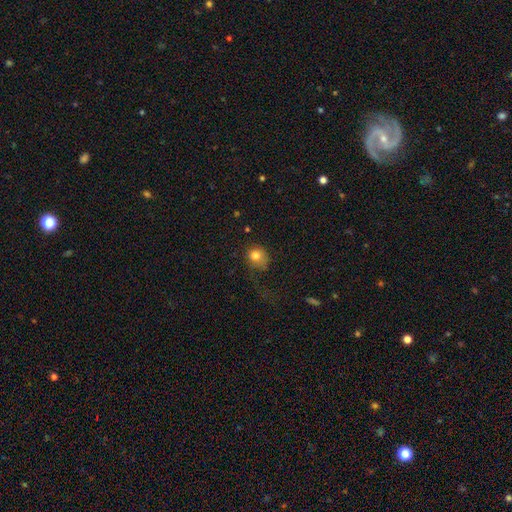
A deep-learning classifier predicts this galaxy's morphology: This appears to be a smooth galaxy with no disk features (80%) that is round (70%). Merging: none (47%).